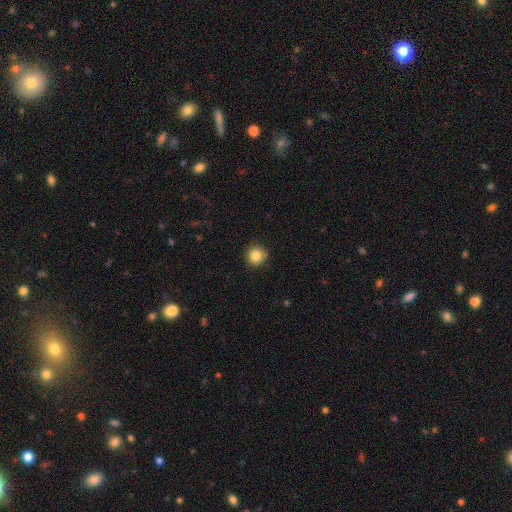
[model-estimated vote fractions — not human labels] A smooth galaxy with no disk features (84%) that is round (93%).

Vote fractions:
- Smooth or featured? smooth: 84% / star or artifact: 10% / featured or disk: 6%
- How rounded? round: 93% / in between: 6% / cigar-shaped: 1%
- Merging? none: 86% / minor disturbance: 11% / major disturbance: 2% / merger: 1%